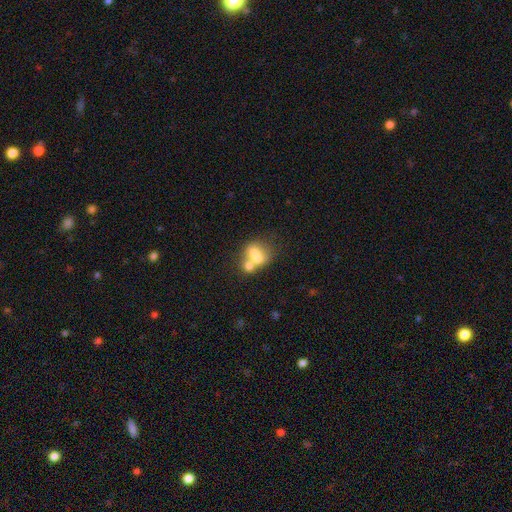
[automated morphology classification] This is likely a smooth galaxy (63%). How rounded: possibly in between (54%). Merging: likely merger (62%).